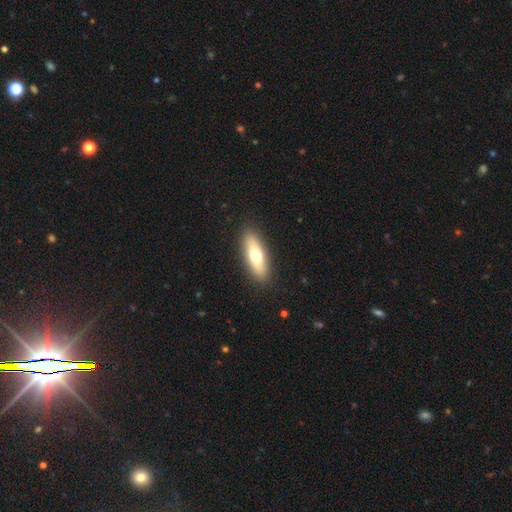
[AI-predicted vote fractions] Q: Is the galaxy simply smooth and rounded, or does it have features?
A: smooth — 65%.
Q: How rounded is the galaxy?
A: cigar-shaped — 49%, tied with in between.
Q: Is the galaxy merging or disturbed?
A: none — 89%.